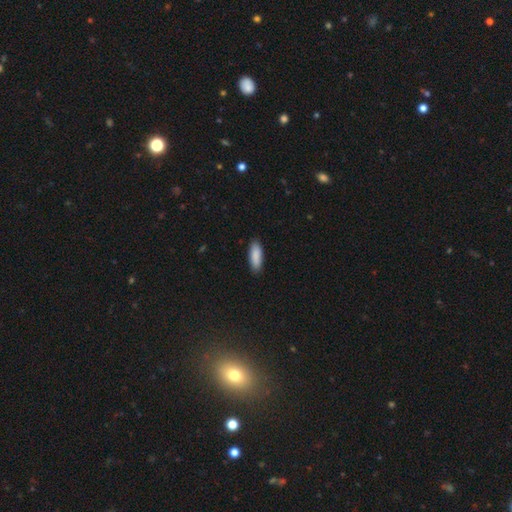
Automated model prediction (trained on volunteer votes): The model was most divided on "how rounded": in between: 67%, cigar-shaped: 32%, round: 2%. More confident: smooth or featured — smooth (90%); merging — none (88%).